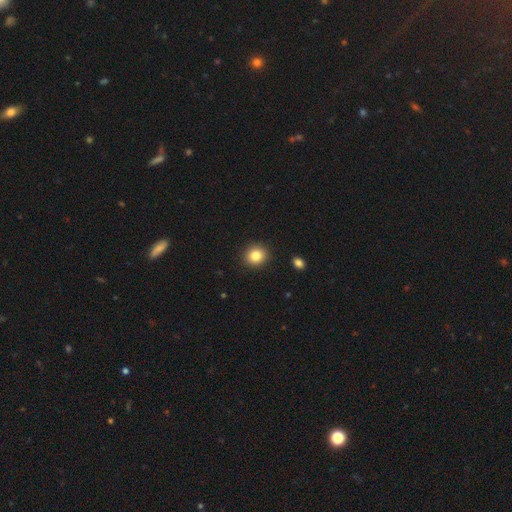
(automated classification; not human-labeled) smooth 84%, star or artifact 10%, featured or disk 6%. Down the decision tree: how rounded — round (85%); merging — none (91%).